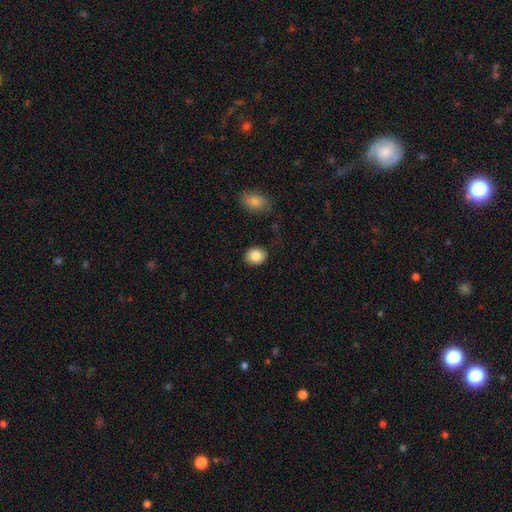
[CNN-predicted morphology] type=smooth (86%); roundness=round (63%); merging=none (85%).